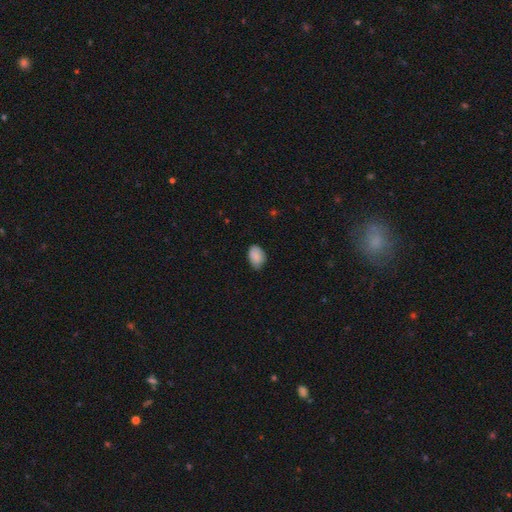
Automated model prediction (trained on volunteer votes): A smooth galaxy with no disk features (85%) that is in between round and cigar-shaped (83%). Merging: none (64%).